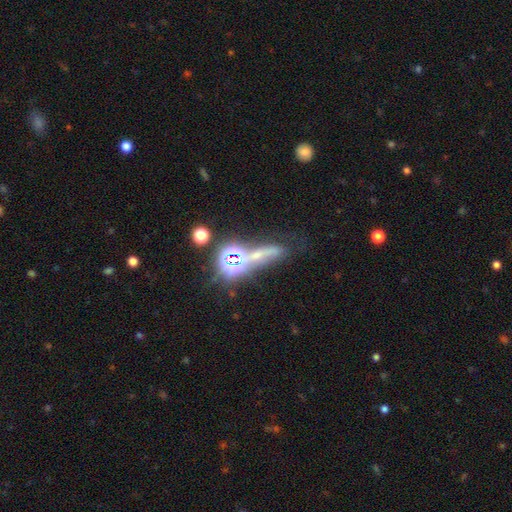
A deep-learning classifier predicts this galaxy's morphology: smooth_or_featured: star or artifact (p=0.52) [alt: smooth p=0.26]